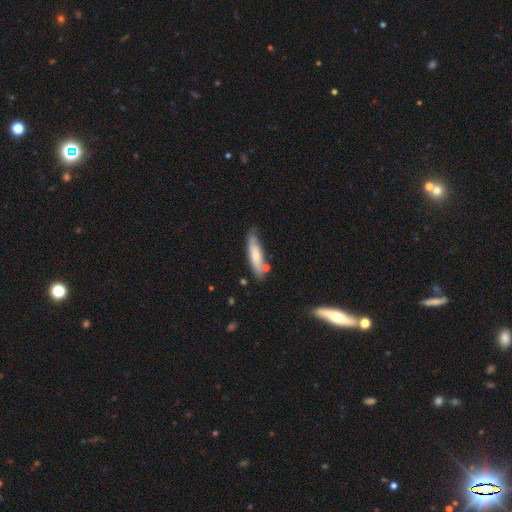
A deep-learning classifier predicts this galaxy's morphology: This is likely a smooth galaxy (70%). How rounded: likely cigar-shaped (70%). Merging: likely none (68%).